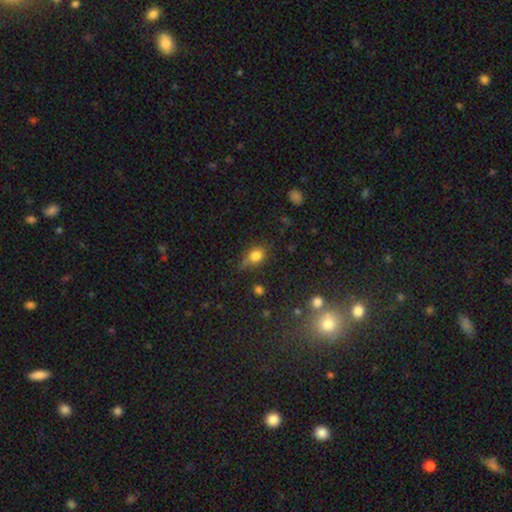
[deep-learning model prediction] Smooth or featured? Predicted: smooth (p=0.80). How rounded? Predicted: round (p=0.57). Merging? Predicted: none (p=0.58).